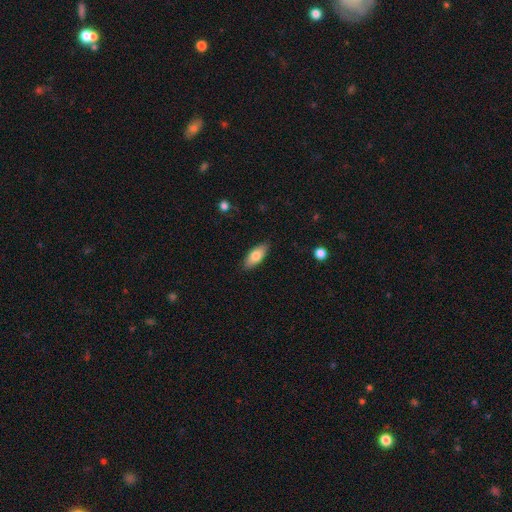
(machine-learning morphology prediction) smooth-or-featured: smooth: 76% | featured or disk: 17% | star or artifact: 6%
  how-rounded: in between: 80% | cigar-shaped: 17% | round: 3%
  merging: none: 87% | minor disturbance: 10% | major disturbance: 2% | merger: 1%